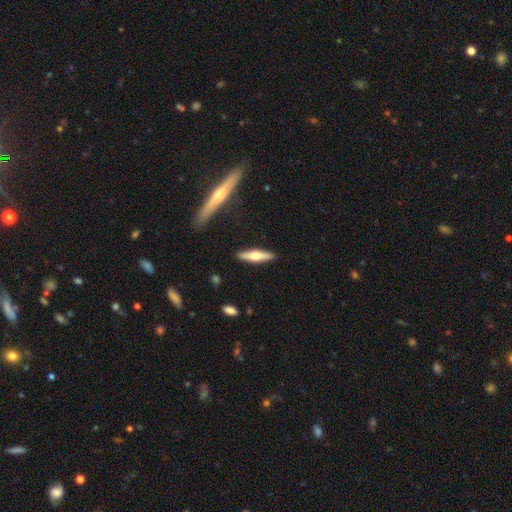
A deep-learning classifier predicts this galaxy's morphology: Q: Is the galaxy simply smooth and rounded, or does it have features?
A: featured or disk — 49%.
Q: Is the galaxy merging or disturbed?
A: none — 89%.